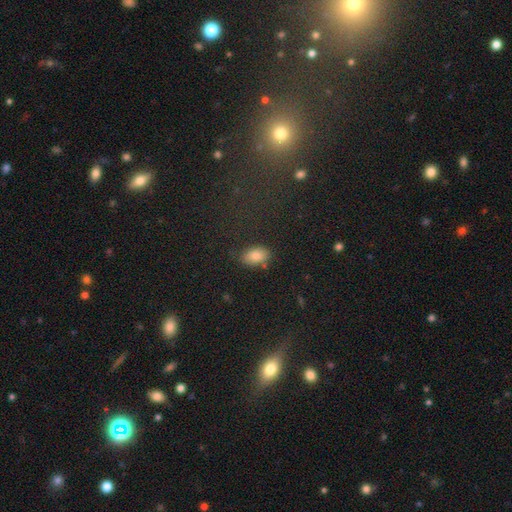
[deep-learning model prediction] smooth-or-featured: smooth: 81% | star or artifact: 11% | featured or disk: 8%
  how-rounded: in between: 89% | round: 9% | cigar-shaped: 2%
  merging: none: 79% | minor disturbance: 14% | merger: 4% | major disturbance: 3%